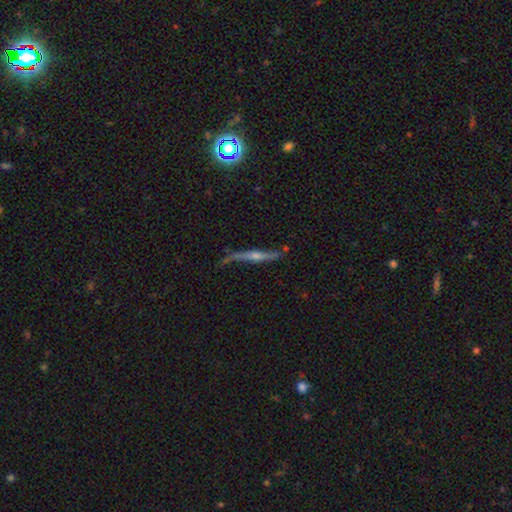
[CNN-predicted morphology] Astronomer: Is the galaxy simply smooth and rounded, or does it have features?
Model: featured or disk — 75%.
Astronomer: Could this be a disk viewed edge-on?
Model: yes — 90%.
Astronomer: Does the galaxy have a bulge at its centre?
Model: rounded — 82%.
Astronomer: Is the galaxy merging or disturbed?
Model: none — 64%.